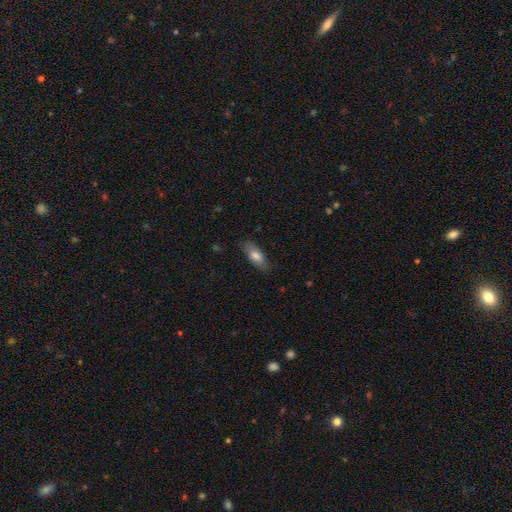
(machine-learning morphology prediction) Q: Smooth or featured?
A: smooth (76%); runner-up: featured or disk (18%)
Q: How rounded?
A: in between (79%); runner-up: cigar-shaped (18%)
Q: Merging?
A: none (79%); runner-up: minor disturbance (17%)